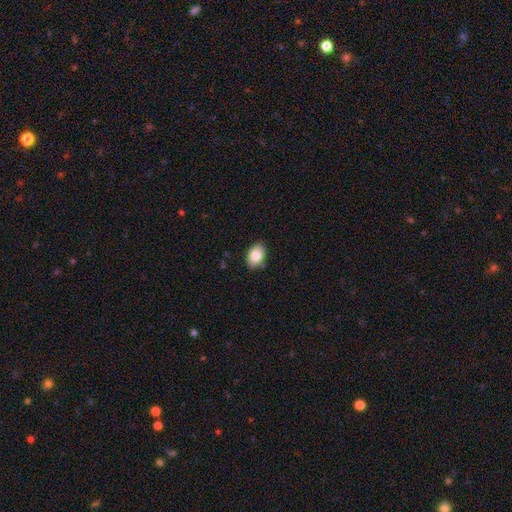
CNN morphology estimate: smooth_or_featured: smooth (p=0.85) [alt: featured or disk p=0.08]
how_rounded: in between (p=0.87) [alt: round p=0.12]
merging: none (p=0.85) [alt: minor disturbance p=0.11]